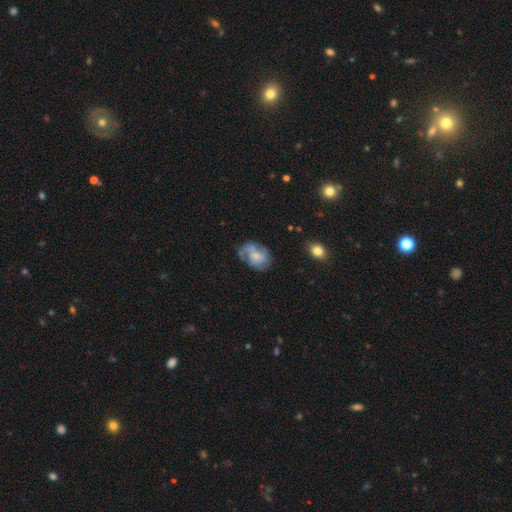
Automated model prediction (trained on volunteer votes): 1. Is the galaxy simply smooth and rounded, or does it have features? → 46% smooth, 45% featured or disk, 8% star or artifact.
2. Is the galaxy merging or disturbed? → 47% none, 29% minor disturbance, 19% major disturbance, 5% merger.